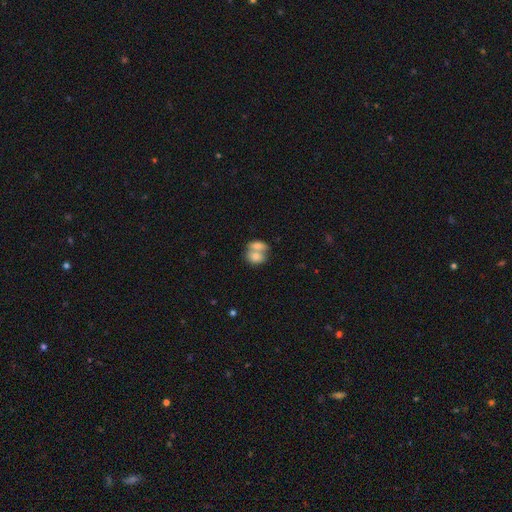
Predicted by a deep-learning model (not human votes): This appears to be a smooth galaxy with no disk features (78%) that is in between round and cigar-shaped (74%). Merging: merger (69%).